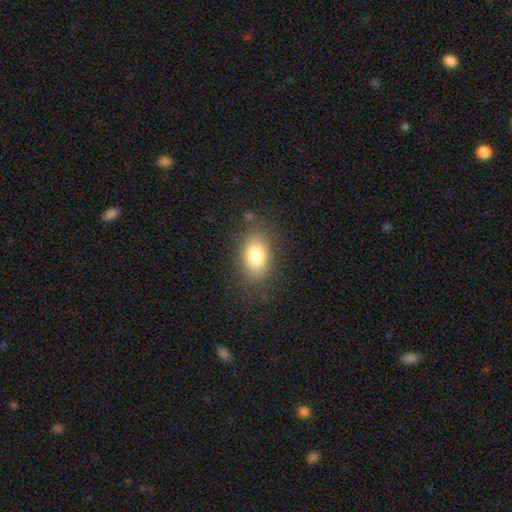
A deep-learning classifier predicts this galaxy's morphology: smooth_or_featured: smooth (p=0.79) [alt: featured or disk p=0.11]
how_rounded: in between (p=0.84) [alt: round p=0.14]
merging: none (p=0.80) [alt: minor disturbance p=0.13]